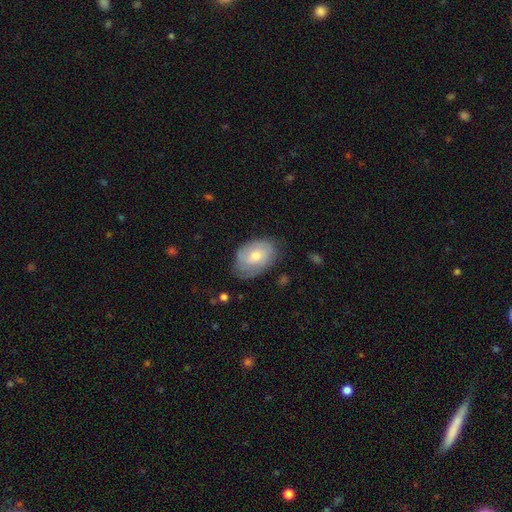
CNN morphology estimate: smooth_or_featured: smooth (p=0.51) [alt: featured or disk p=0.43]
how_rounded: in between (p=0.83) [alt: round p=0.16]
merging: none (p=0.67) [alt: minor disturbance p=0.25]